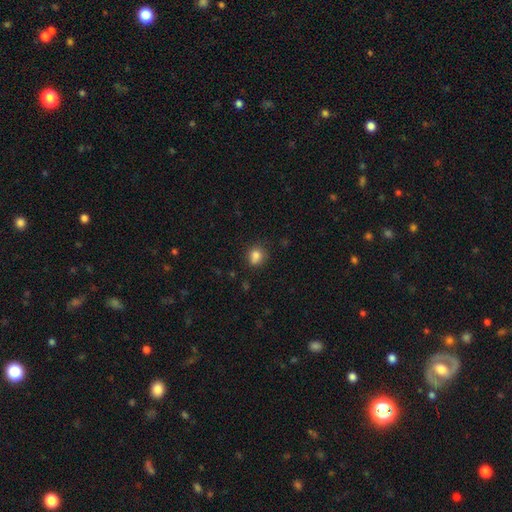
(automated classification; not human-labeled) smooth_or_featured: smooth (p=0.82) [alt: star or artifact p=0.11]
how_rounded: round (p=0.77) [alt: in between p=0.22]
merging: none (p=0.67) [alt: minor disturbance p=0.18]